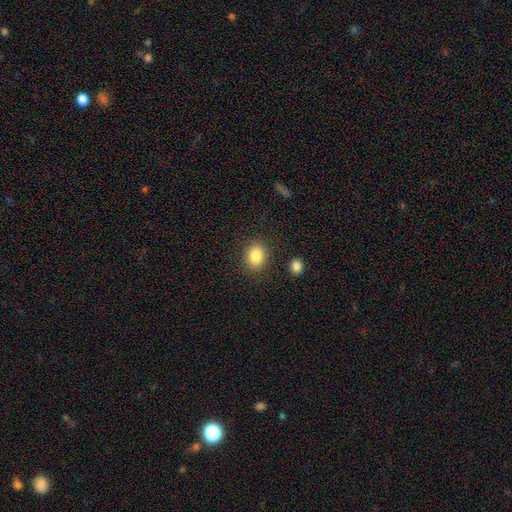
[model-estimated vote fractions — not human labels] Q: Smooth or featured?
A: smooth (85%); runner-up: star or artifact (9%)
Q: How rounded?
A: in between (53%); runner-up: round (46%)
Q: Merging?
A: none (85%); runner-up: minor disturbance (9%)